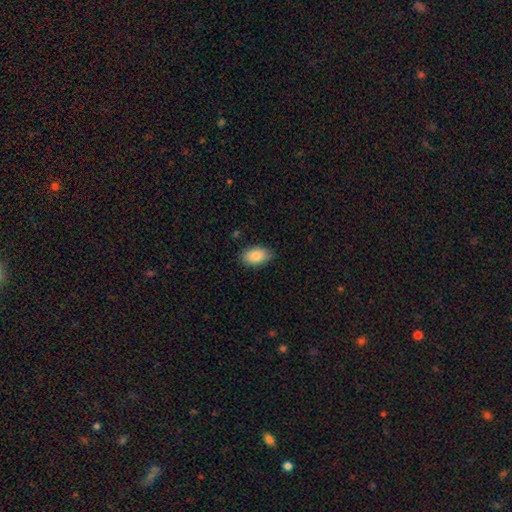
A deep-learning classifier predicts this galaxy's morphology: A smooth galaxy with no disk features (85%) that is in between round and cigar-shaped (91%).

Vote fractions:
- Smooth or featured? smooth: 85% / featured or disk: 8% / star or artifact: 7%
- How rounded? in between: 91% / round: 8% / cigar-shaped: 1%
- Merging? none: 83% / minor disturbance: 13% / major disturbance: 2% / merger: 1%